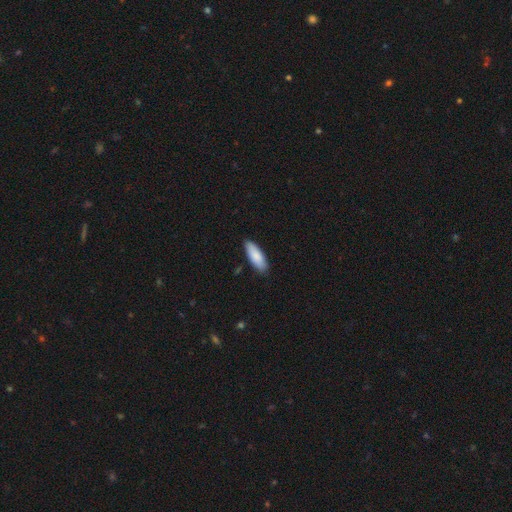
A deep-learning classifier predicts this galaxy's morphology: A smooth galaxy with no disk features (86%) that is in between round and cigar-shaped (67%).

Vote fractions:
- Smooth or featured? smooth: 86% / featured or disk: 9% / star or artifact: 5%
- How rounded? in between: 67% / cigar-shaped: 32% / round: 2%
- Merging? none: 86% / minor disturbance: 12% / major disturbance: 2% / merger: 1%